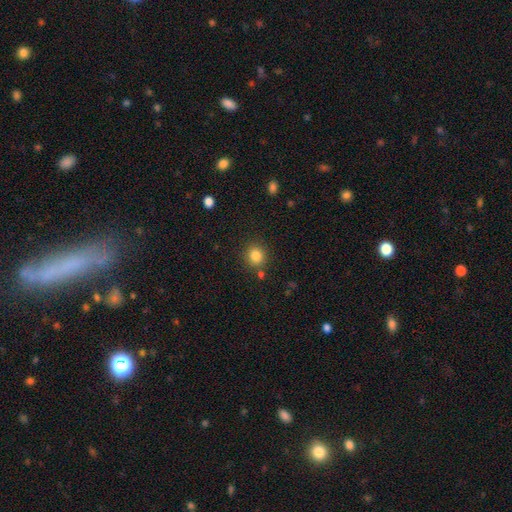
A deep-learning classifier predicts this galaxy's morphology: smooth 84%, star or artifact 11%, featured or disk 5%. Down the decision tree: how rounded — round (82%); merging — none (83%).